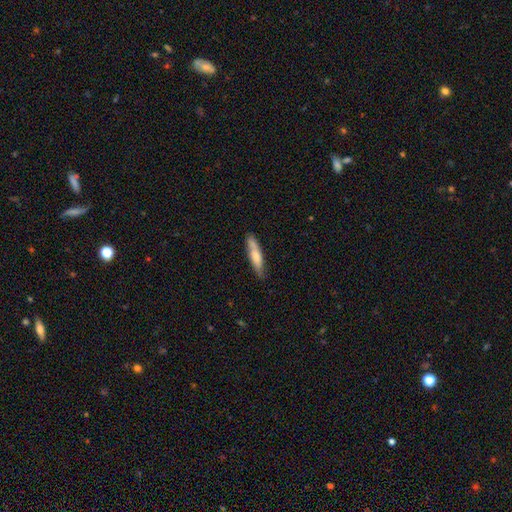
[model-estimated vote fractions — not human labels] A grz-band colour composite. It shows a smooth galaxy with no disk features (64%) that is cigar-shaped (80%). Merging: none (79%).